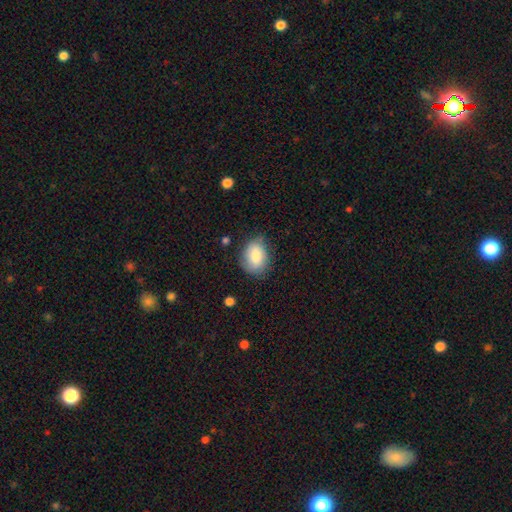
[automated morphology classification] smooth 81%, featured or disk 12%, star or artifact 7%. Down the decision tree: how rounded — in between (69%); merging — none (72%).